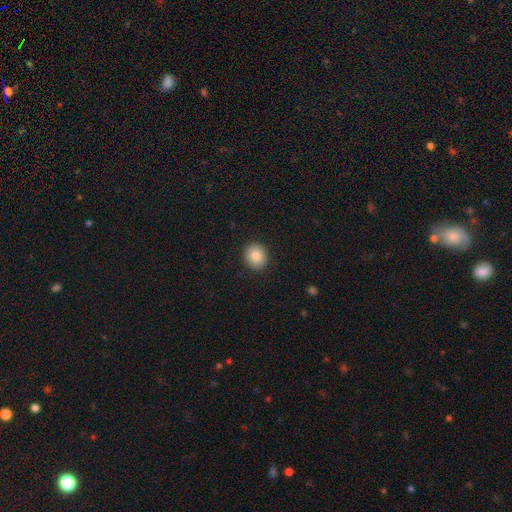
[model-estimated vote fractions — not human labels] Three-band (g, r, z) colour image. It shows a smooth galaxy with no disk features (83%) that is round (83%). Merging: none (91%).